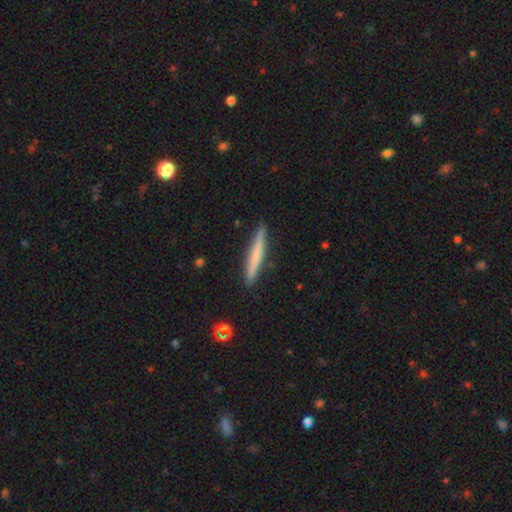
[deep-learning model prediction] smooth 59%, featured or disk 35%, star or artifact 6%. Down the decision tree: how rounded — cigar-shaped (96%); merging — none (90%).